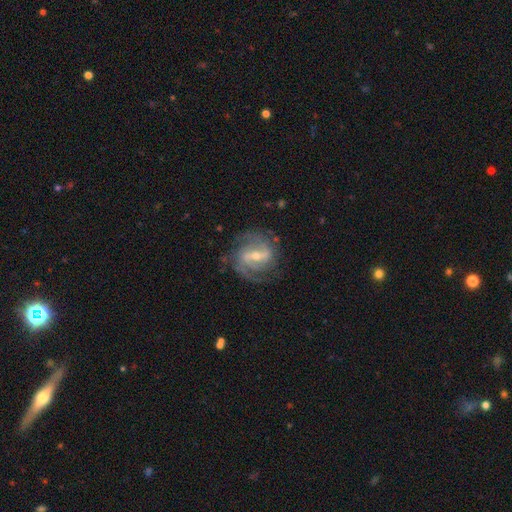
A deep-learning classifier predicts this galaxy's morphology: featured or disk 88%, smooth 7%, star or artifact 5%. Down the decision tree: edge-on disk — no (96%); bar — strong (48%); spiral arms — yes (96%); spiral arm count — 2 (67%); spiral winding — medium (49%); bulge size — small (53%); merging — none (74%).